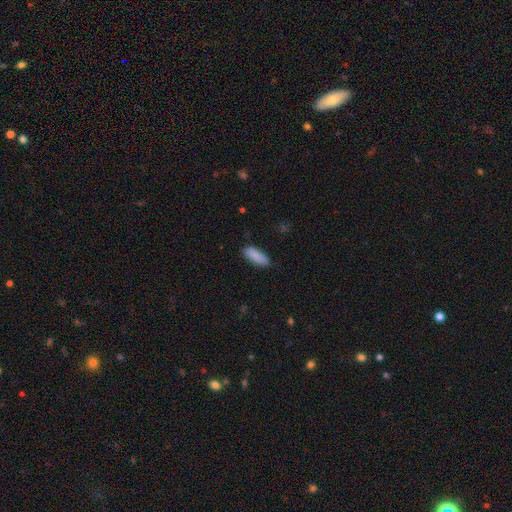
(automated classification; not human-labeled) Q: Smooth or featured?
A: smooth (89%); runner-up: star or artifact (6%)
Q: How rounded?
A: in between (70%); runner-up: cigar-shaped (28%)
Q: Merging?
A: none (81%); runner-up: minor disturbance (15%)